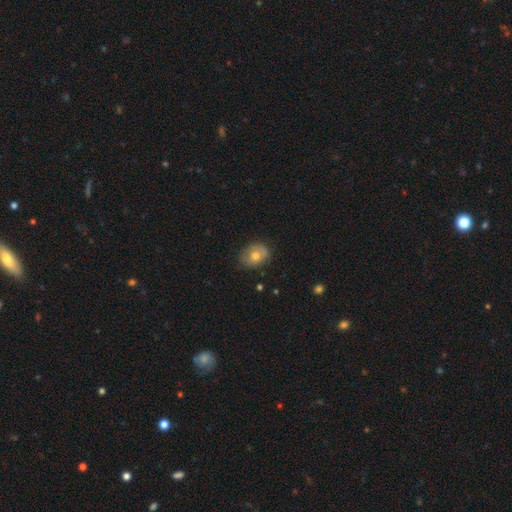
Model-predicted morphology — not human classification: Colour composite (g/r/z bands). It shows a smooth galaxy with no disk features (64%) that is in between round and cigar-shaped (59%). Merging: none (69%).